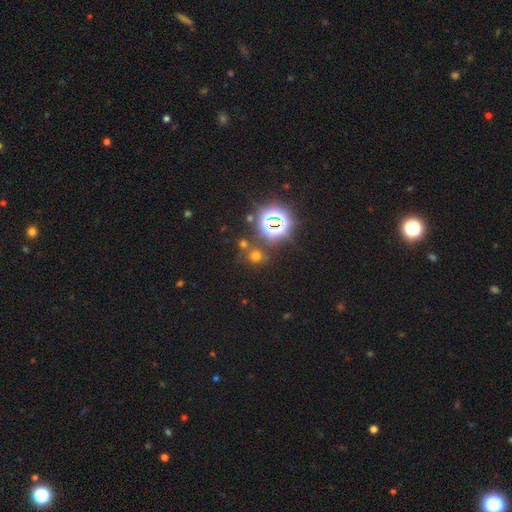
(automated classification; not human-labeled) The model was most divided on "smooth or featured": smooth: 50%, star or artifact: 42%, featured or disk: 8%. More confident: how rounded — round (83%); merging — none (72%).